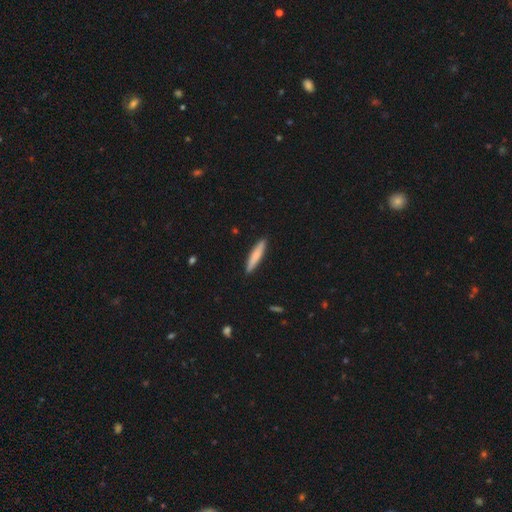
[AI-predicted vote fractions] Morphology: type=smooth (77%); roundness=cigar-shaped (90%); merging=none (90%).